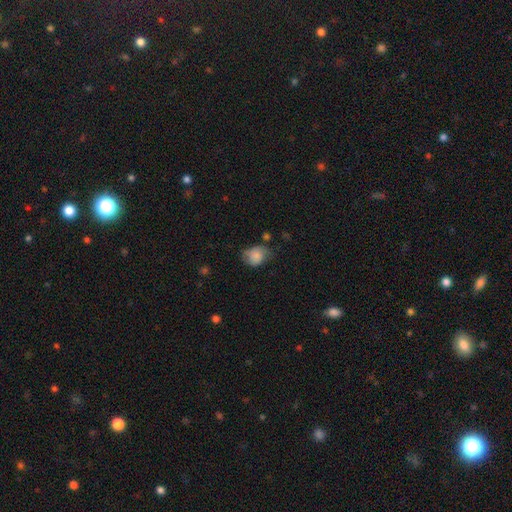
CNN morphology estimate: smooth_or_featured: smooth (p=0.78) [alt: featured or disk p=0.14]
how_rounded: in between (p=0.52) [alt: round p=0.48]
merging: none (p=0.49) [alt: minor disturbance p=0.36]